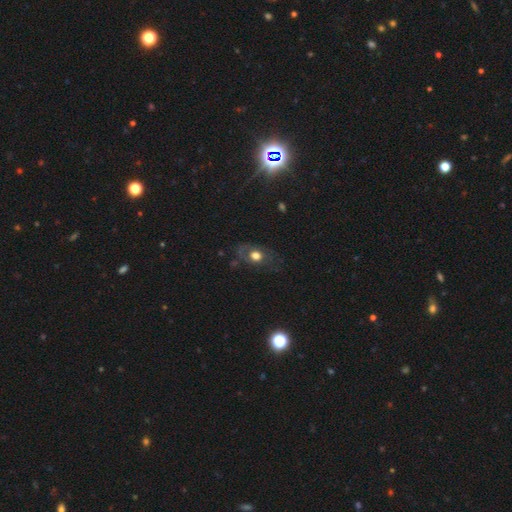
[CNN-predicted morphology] Q: Smooth or featured?
A: smooth (53%); runner-up: featured or disk (33%)
Q: How rounded?
A: in between (56%); runner-up: round (42%)
Q: Merging?
A: none (61%); runner-up: minor disturbance (21%)